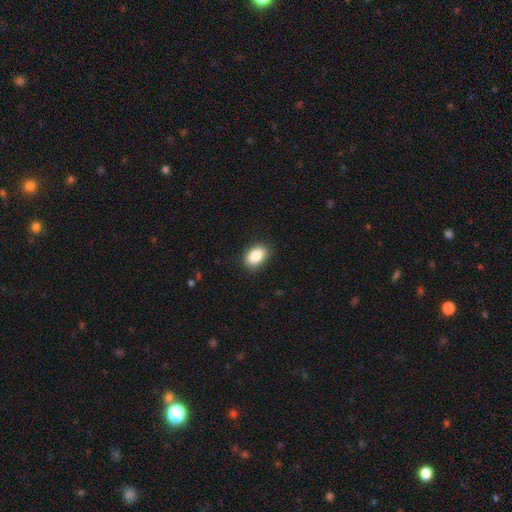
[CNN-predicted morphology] smooth_or_featured: smooth (p=0.86) [alt: star or artifact p=0.08]
how_rounded: in between (p=0.89) [alt: round p=0.10]
merging: none (p=0.87) [alt: minor disturbance p=0.10]